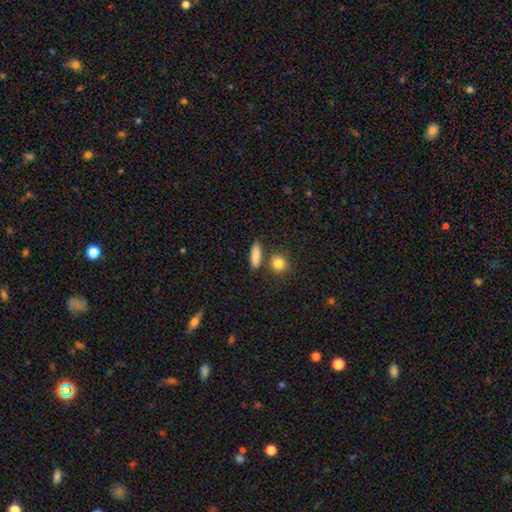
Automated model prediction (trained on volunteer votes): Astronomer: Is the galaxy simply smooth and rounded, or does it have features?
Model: smooth — 84%.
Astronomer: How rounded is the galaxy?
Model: in between — 47% (runner-up: cigar-shaped, 43%).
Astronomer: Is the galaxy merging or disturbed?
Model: none — 76%.